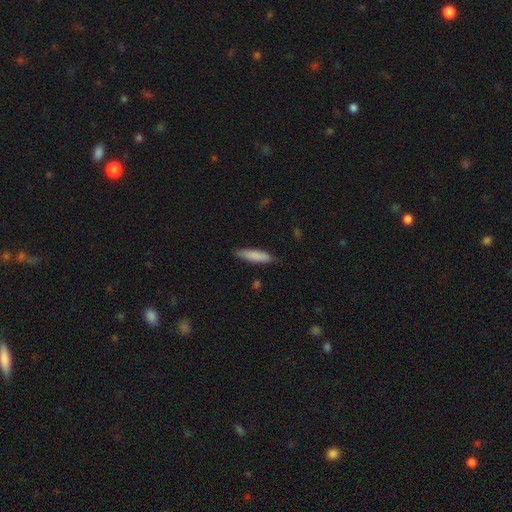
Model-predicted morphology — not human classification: The model was most divided on "how rounded": cigar-shaped: 78%, in between: 21%, round: 1%. More confident: smooth or featured — smooth (84%); merging — none (82%).